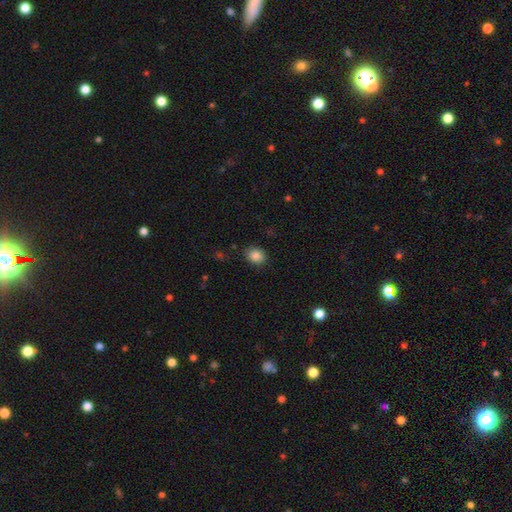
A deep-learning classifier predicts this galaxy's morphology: smooth_or_featured: smooth (p=0.87) [alt: star or artifact p=0.09]
how_rounded: round (p=0.55) [alt: in between p=0.44]
merging: none (p=0.85) [alt: minor disturbance p=0.10]